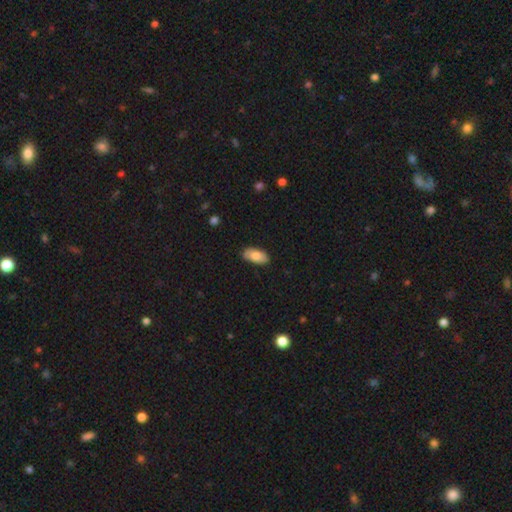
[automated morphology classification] Smooth or featured? smooth (79%)
How rounded? in between (92%)
Merging? none (85%)